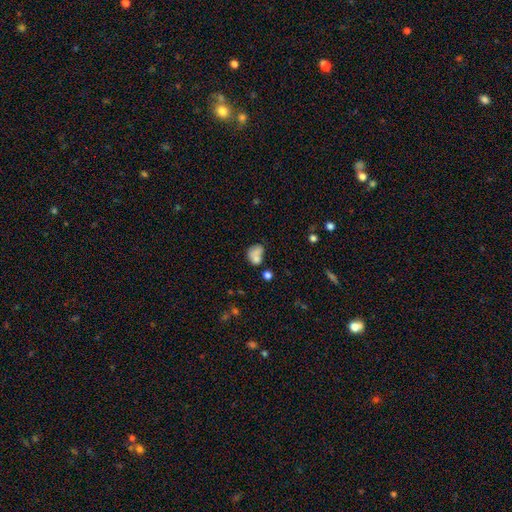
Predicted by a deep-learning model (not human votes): Smooth or featured: smooth — 72% (featured or disk — 16%)
How rounded: in between — 60% (round — 38%)
Merging: merger — 34% (none — 31%)